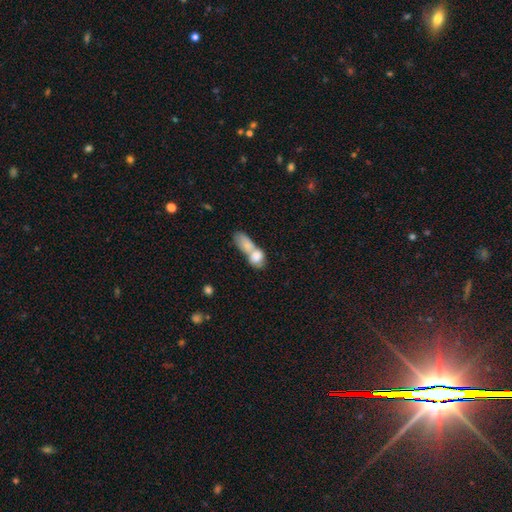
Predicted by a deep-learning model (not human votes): A smooth galaxy with no disk features (74%) that is in between round and cigar-shaped (70%).

Vote fractions:
- Smooth or featured? smooth: 74% / featured or disk: 18% / star or artifact: 7%
- How rounded? in between: 70% / round: 21% / cigar-shaped: 9%
- Merging? merger: 77% / none: 12% / minor disturbance: 6% / major disturbance: 5%